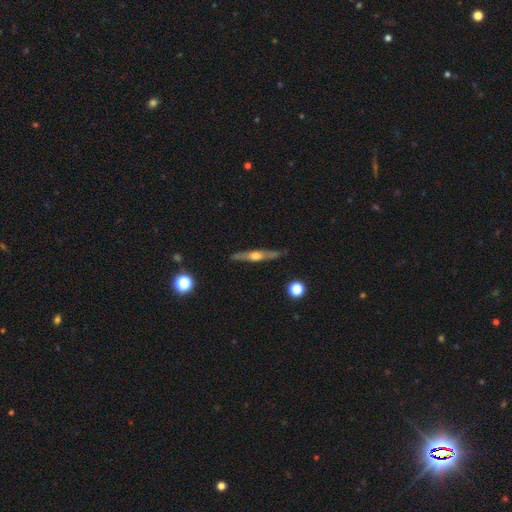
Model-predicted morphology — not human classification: type=featured or disk (66%); edge-on=yes (94%); edge-on bulge=rounded (89%); merging=none (86%).